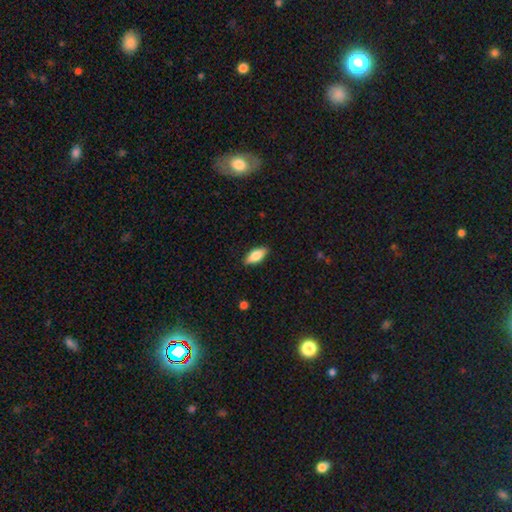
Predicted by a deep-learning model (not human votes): Q: Smooth or featured?
A: smooth (75%); runner-up: featured or disk (19%)
Q: How rounded?
A: in between (82%); runner-up: cigar-shaped (15%)
Q: Merging?
A: none (88%); runner-up: minor disturbance (9%)